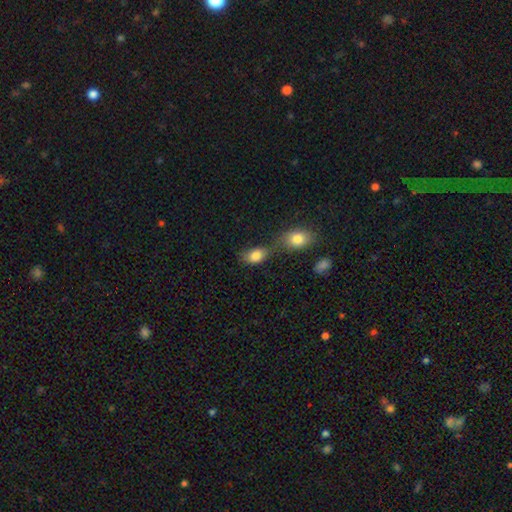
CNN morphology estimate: smooth 83%, featured or disk 9%, star or artifact 8%. Down the decision tree: how rounded — in between (81%); merging — merger (40%).